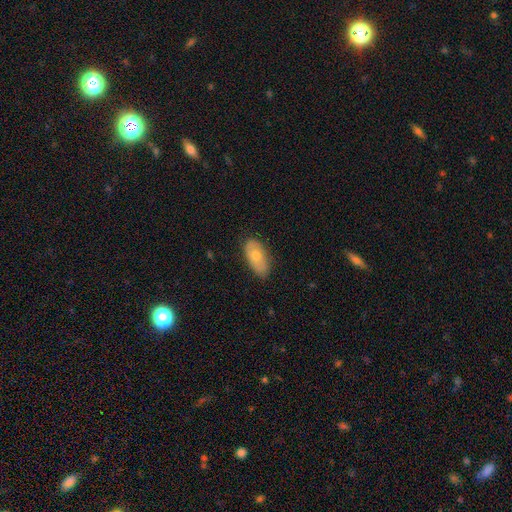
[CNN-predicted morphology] The model was most divided on "smooth or featured": smooth: 62%, featured or disk: 30%, star or artifact: 7%. More confident: how rounded — in between (91%); merging — none (79%).